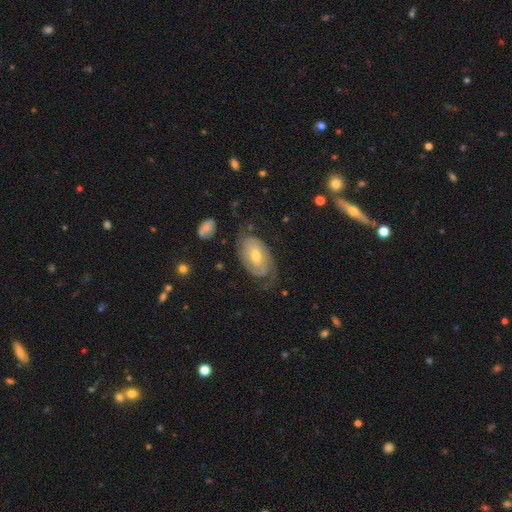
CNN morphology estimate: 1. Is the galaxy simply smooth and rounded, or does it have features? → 72% featured or disk, 22% smooth, 6% star or artifact.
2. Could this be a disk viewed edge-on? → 95% no, 5% yes.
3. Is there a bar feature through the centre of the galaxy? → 58% no, 34% weak, 8% strong.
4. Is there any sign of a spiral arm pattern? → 88% yes, 12% no.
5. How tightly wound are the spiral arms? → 56% tight, 31% medium, 14% loose.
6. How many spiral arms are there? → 57% 2, 25% can't tell, 10% 1, 4% 3, 2% 4, 2% more than 4.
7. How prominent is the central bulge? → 58% moderate, 37% small, 3% large, 1% none, 1% dominant.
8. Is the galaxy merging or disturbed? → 61% none, 22% minor disturbance, 15% major disturbance, 2% merger.